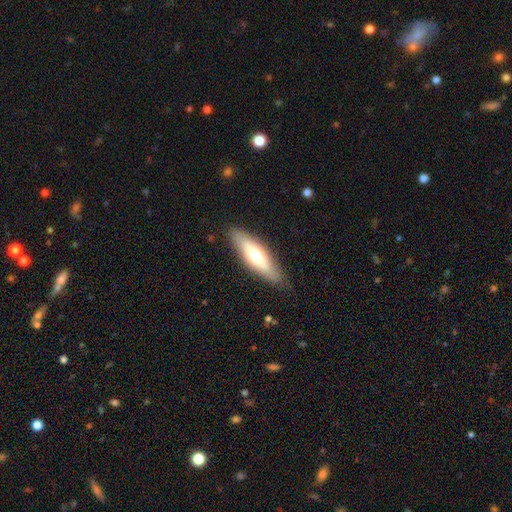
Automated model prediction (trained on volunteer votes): smooth_or_featured: smooth (p=0.58) [alt: featured or disk p=0.37]
how_rounded: cigar-shaped (p=0.50) [alt: in between p=0.48]
merging: none (p=0.83) [alt: minor disturbance p=0.13]